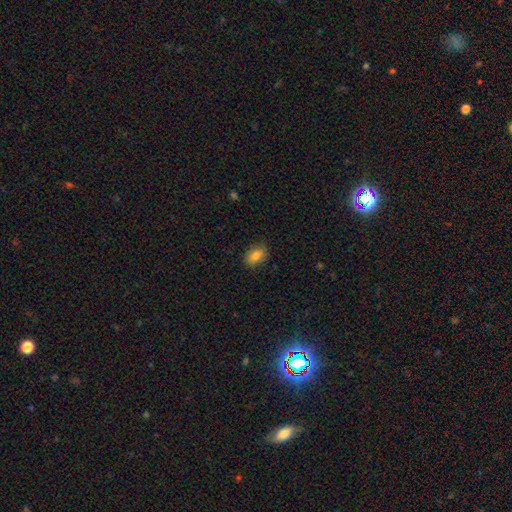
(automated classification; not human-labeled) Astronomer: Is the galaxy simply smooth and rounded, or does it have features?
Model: smooth — 81%.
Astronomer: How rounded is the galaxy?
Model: in between — 85%.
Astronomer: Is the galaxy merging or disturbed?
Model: none — 83%.